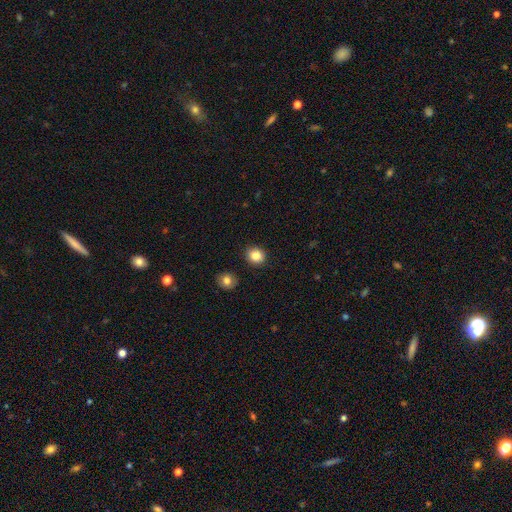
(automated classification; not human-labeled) This is clearly a smooth galaxy (85%). How rounded: likely round (75%). Merging: clearly none (89%).